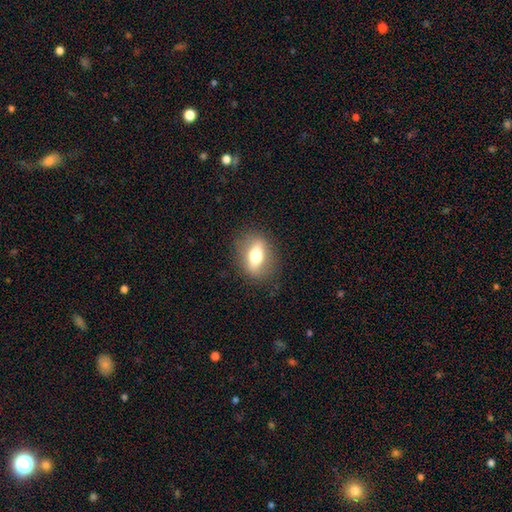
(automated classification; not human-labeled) Smooth or featured?
  - smooth: 60% *
  - featured or disk: 32%
  - star or artifact: 8%
How rounded?
  - in between: 72% *
  - round: 20%
  - cigar-shaped: 8%
Merging?
  - none: 83% *
  - minor disturbance: 12%
  - major disturbance: 5%
  - merger: 1%